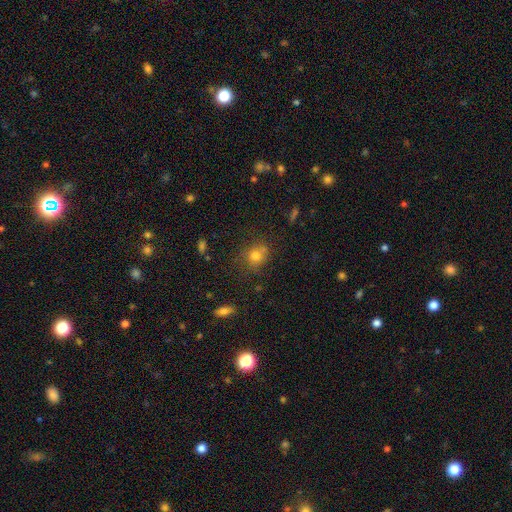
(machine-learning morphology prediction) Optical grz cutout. It shows a smooth galaxy with no disk features (75%) that is round (73%). Merging: none (68%).